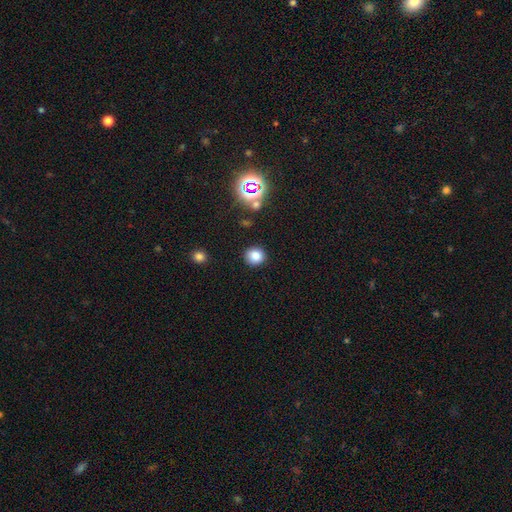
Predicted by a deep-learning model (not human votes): smooth-or-featured: smooth: 79% | star or artifact: 15% | featured or disk: 6%
  how-rounded: round: 84% | in between: 15% | cigar-shaped: 1%
  merging: none: 88% | minor disturbance: 7% | major disturbance: 2% | merger: 2%